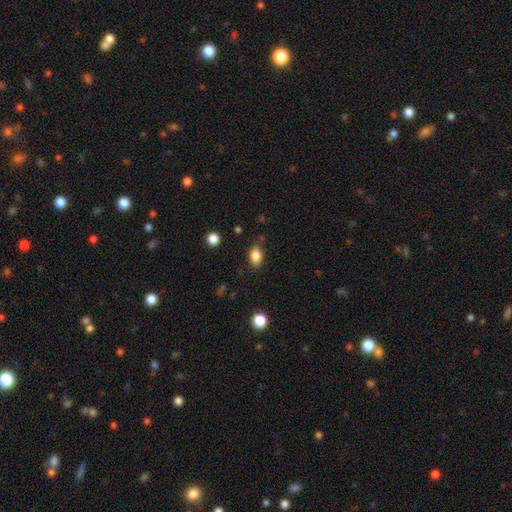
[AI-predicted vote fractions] Smooth or featured? Predicted: smooth (p=0.85). How rounded? Predicted: in between (p=0.79). Merging? Predicted: none (p=0.81).